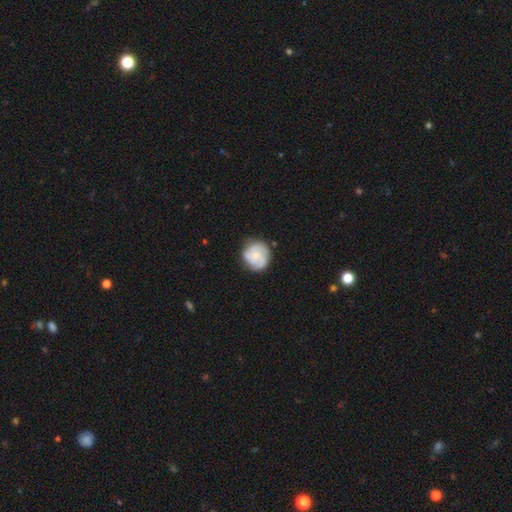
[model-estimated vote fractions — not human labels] A featured or disk galaxy (51%) with no bar (74%), spiral arms (86%) and a small central bulge (48%). Merging: none (73%).